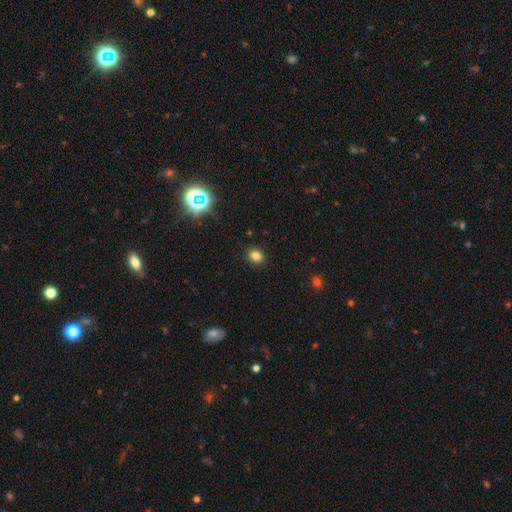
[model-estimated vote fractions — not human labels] Q: Smooth or featured?
A: smooth (81%); runner-up: star or artifact (14%)
Q: How rounded?
A: in between (51%); runner-up: round (48%)
Q: Merging?
A: none (89%); runner-up: minor disturbance (7%)